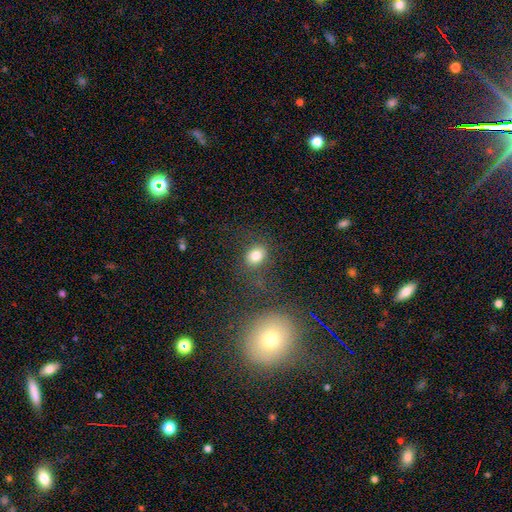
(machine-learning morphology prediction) Smooth or featured?
  - smooth: 80% *
  - star or artifact: 12%
  - featured or disk: 8%
How rounded?
  - in between: 53% *
  - round: 46%
  - cigar-shaped: 1%
Merging?
  - none: 75% *
  - minor disturbance: 14%
  - major disturbance: 6%
  - merger: 6%